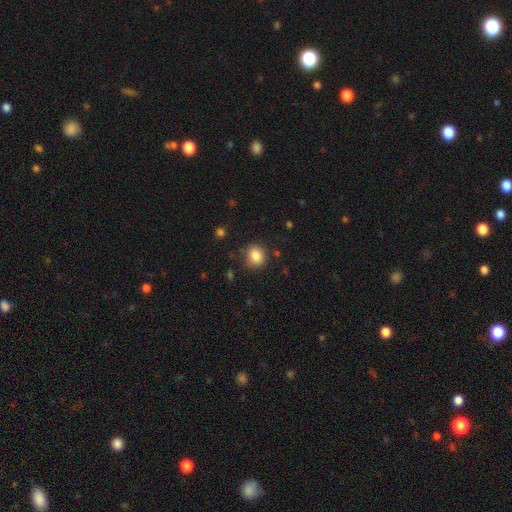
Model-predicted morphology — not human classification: smooth 85%, star or artifact 10%, featured or disk 5%. Down the decision tree: how rounded — round (77%); merging — none (83%).